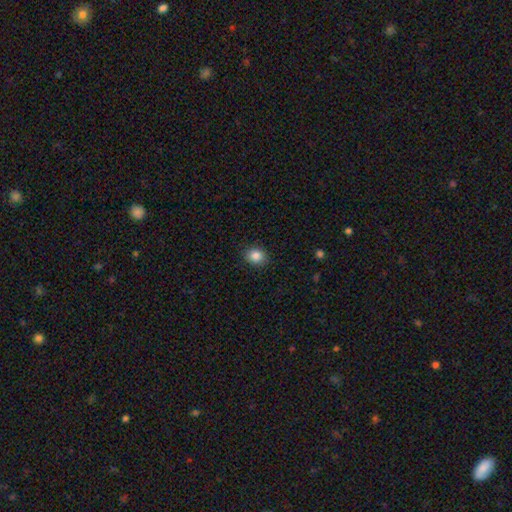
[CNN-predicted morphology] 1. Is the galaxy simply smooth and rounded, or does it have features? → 86% smooth, 10% star or artifact, 5% featured or disk.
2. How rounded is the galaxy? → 60% round, 39% in between, 1% cigar-shaped.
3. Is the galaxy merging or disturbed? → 89% none, 8% minor disturbance, 2% major disturbance, 1% merger.